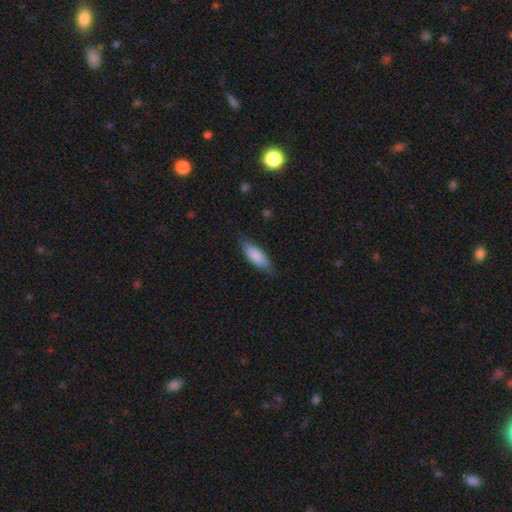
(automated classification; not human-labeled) Smooth or featured?
  - smooth: 85% *
  - featured or disk: 10%
  - star or artifact: 5%
How rounded?
  - in between: 68% *
  - cigar-shaped: 31%
  - round: 2%
Merging?
  - none: 77% *
  - minor disturbance: 18%
  - major disturbance: 3%
  - merger: 1%